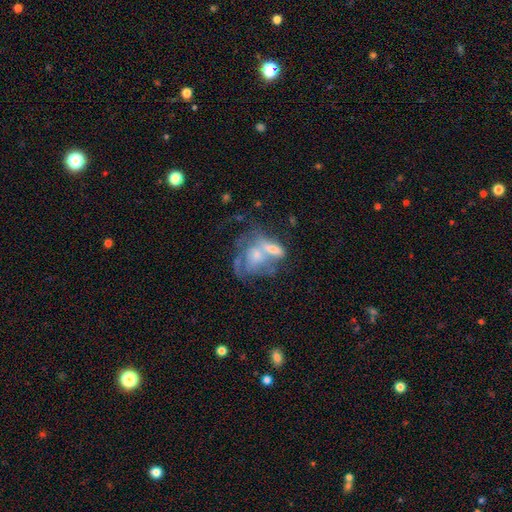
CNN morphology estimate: A featured or disk galaxy (57%) with no bar (74%), spiral arms (57%) and a small central bulge (46%). Merging: merger (52%).